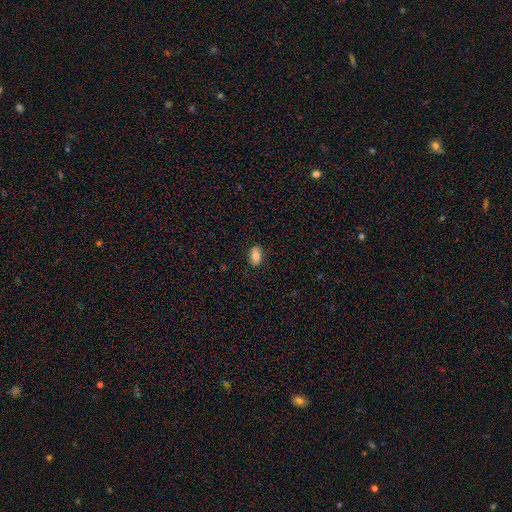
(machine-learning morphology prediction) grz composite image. It shows a smooth galaxy with no disk features (80%) that is in between round and cigar-shaped (90%). Merging: none (86%).